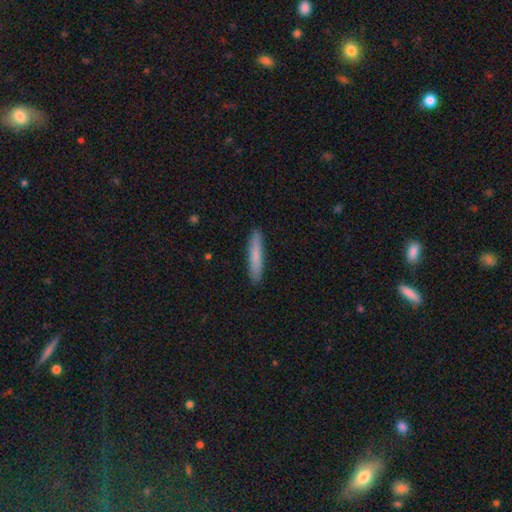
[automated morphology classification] A smooth galaxy with no disk features (79%) that is cigar-shaped (93%).

Vote fractions:
- Smooth or featured? smooth: 79% / featured or disk: 16% / star or artifact: 6%
- How rounded? cigar-shaped: 93% / in between: 6% / round: 1%
- Merging? none: 90% / minor disturbance: 7% / major disturbance: 1% / merger: 1%